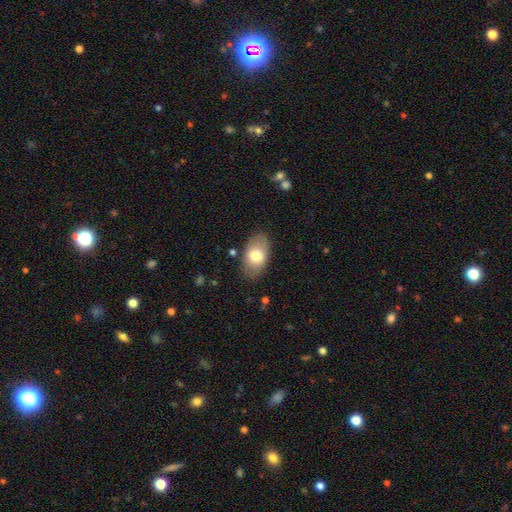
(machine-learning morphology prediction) Smooth or featured? Predicted: smooth (p=0.73). How rounded? Predicted: in between (p=0.92). Merging? Predicted: none (p=0.81).